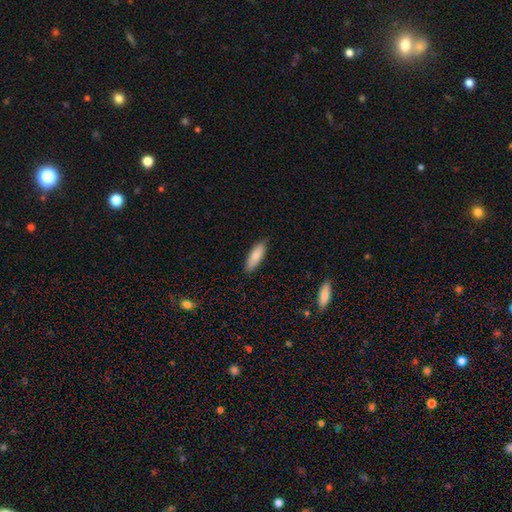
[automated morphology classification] smooth 87%, featured or disk 7%, star or artifact 6%. Down the decision tree: how rounded — in between (58%); merging — none (85%).